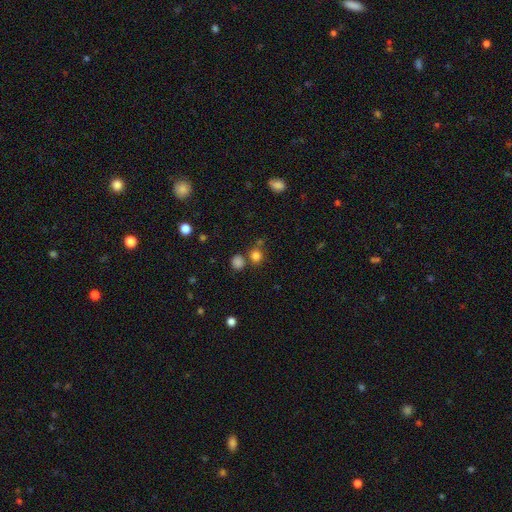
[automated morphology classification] A smooth galaxy with no disk features (80%) that is round (86%). Merging: none (70%).